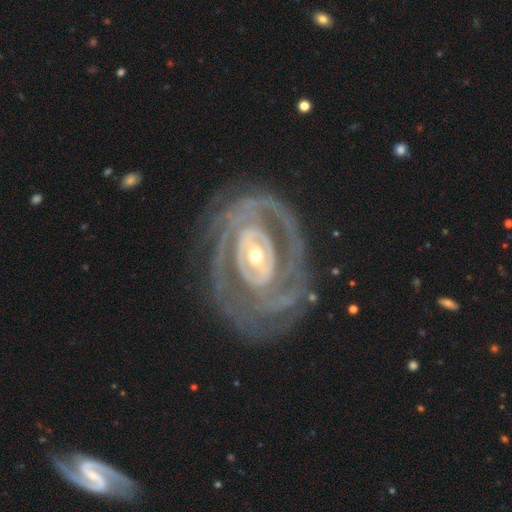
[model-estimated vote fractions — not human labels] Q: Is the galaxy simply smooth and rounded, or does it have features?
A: featured or disk — 88%.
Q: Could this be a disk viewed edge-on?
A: no — 95%.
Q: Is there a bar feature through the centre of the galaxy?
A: no — 45%.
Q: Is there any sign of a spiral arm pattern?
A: yes — 86%.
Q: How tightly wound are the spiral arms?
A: tight — 73%.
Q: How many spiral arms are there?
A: can't tell — 33%.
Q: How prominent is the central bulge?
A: small — 46%, tied with moderate.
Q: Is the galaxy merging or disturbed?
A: none — 71%.